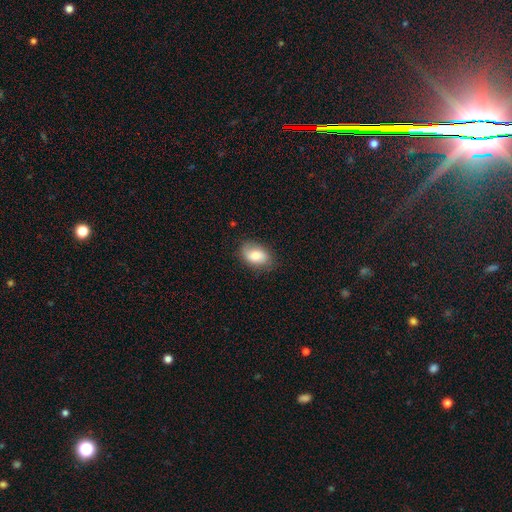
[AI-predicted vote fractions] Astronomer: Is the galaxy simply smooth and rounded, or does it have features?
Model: smooth — 74%.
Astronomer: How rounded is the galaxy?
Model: in between — 88%.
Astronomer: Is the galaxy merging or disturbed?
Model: none — 75%.